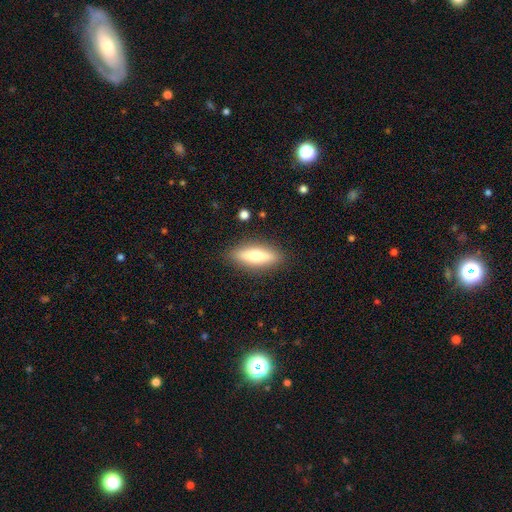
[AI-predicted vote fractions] smooth-or-featured: smooth: 60% | featured or disk: 33% | star or artifact: 6%
  how-rounded: cigar-shaped: 50% | in between: 47% | round: 2%
  merging: none: 88% | minor disturbance: 9% | major disturbance: 2% | merger: 1%